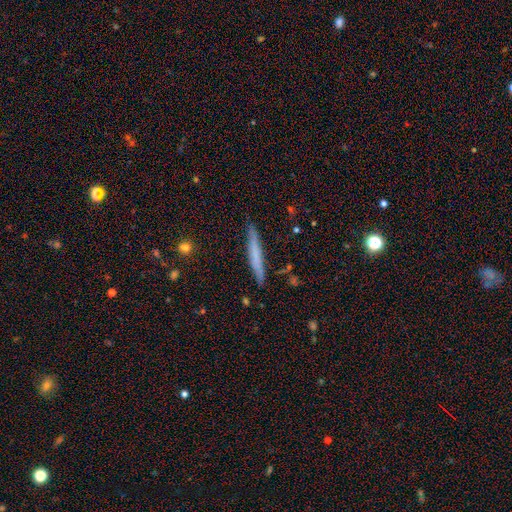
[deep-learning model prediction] This appears to be a smooth galaxy with no disk features (58%) that is cigar-shaped (95%). Merging: none (87%).